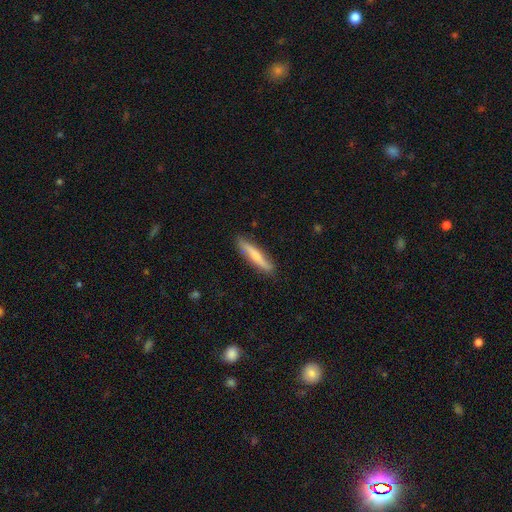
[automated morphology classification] smooth_or_featured: smooth (p=0.60) [alt: featured or disk p=0.35]
how_rounded: cigar-shaped (p=0.89) [alt: in between p=0.09]
merging: none (p=0.83) [alt: minor disturbance p=0.13]